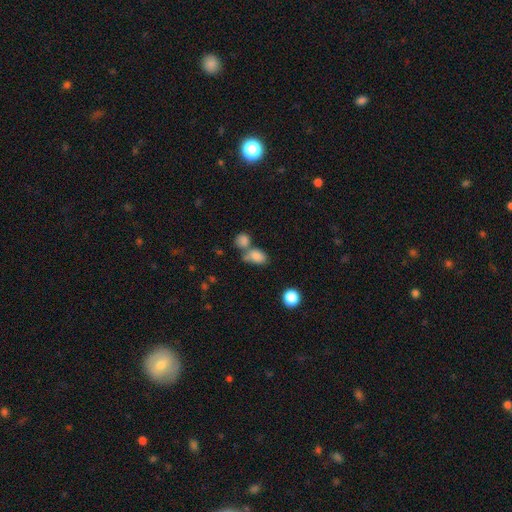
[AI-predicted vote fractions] smooth 83%, star or artifact 9%, featured or disk 8%. Down the decision tree: how rounded — in between (82%); merging — merger (47%).